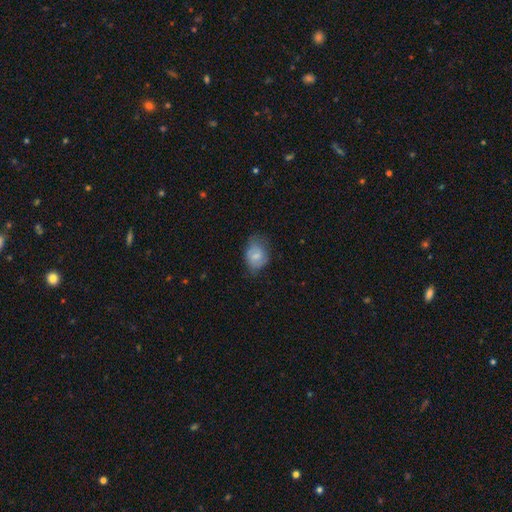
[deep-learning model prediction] This appears to be a smooth galaxy with no disk features (69%) that is in between round and cigar-shaped (67%). Merging: none (54%).